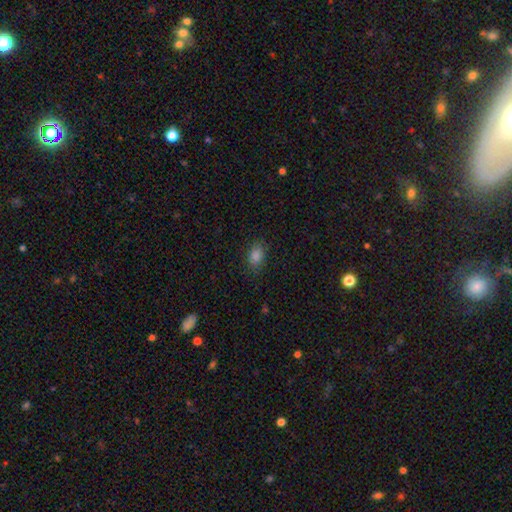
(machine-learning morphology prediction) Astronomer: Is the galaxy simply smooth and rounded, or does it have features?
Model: smooth — 82%.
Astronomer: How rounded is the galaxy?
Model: in between — 81%.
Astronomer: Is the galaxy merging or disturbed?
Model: none — 84%.